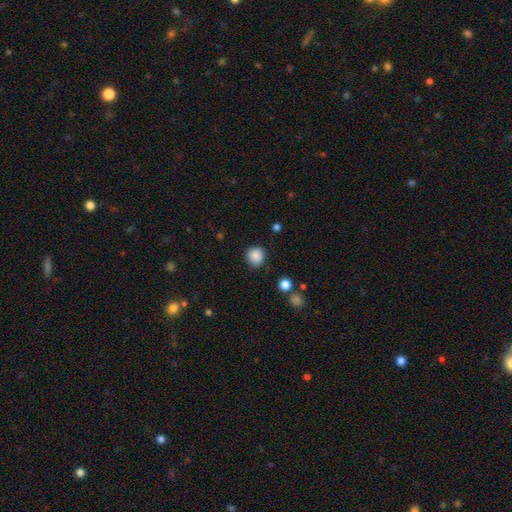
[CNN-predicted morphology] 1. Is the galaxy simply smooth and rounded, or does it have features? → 87% smooth, 10% star or artifact, 3% featured or disk.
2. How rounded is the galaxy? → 89% round, 10% in between, 1% cigar-shaped.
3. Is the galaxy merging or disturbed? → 84% none, 12% minor disturbance, 3% major disturbance, 2% merger.